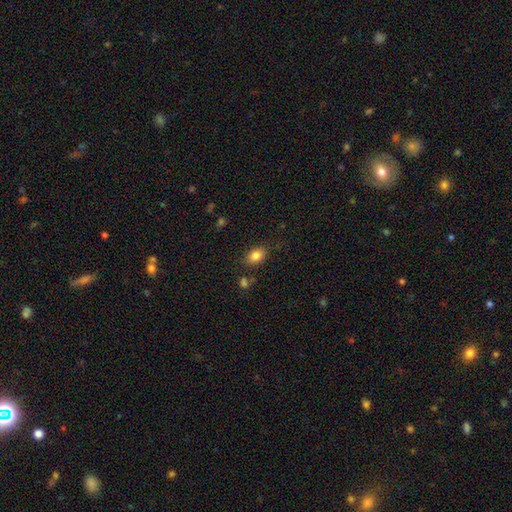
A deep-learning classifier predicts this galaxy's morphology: smooth_or_featured: smooth (p=0.84) [alt: star or artifact p=0.09]
how_rounded: in between (p=0.80) [alt: round p=0.18]
merging: none (p=0.77) [alt: minor disturbance p=0.15]